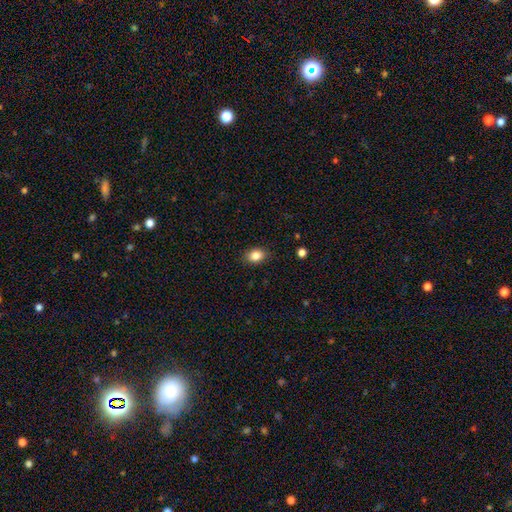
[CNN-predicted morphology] The model was most divided on "how rounded": in between: 69%, round: 30%, cigar-shaped: 1%. More confident: merging — none (86%); smooth or featured — smooth (85%).